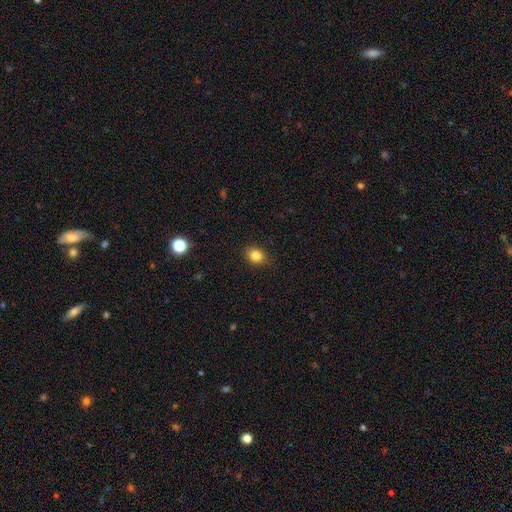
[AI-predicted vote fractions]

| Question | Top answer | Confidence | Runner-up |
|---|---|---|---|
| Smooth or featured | smooth | 83% | star or artifact (11%) |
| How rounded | round | 56% | in between (44%) |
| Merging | none | 88% | minor disturbance (9%) |